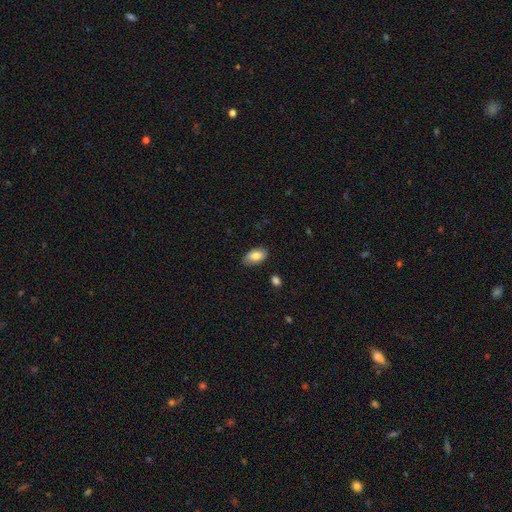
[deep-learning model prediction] Smooth or featured: smooth — 80% (featured or disk — 13%)
How rounded: in between — 94% (round — 4%)
Merging: none — 82% (minor disturbance — 14%)